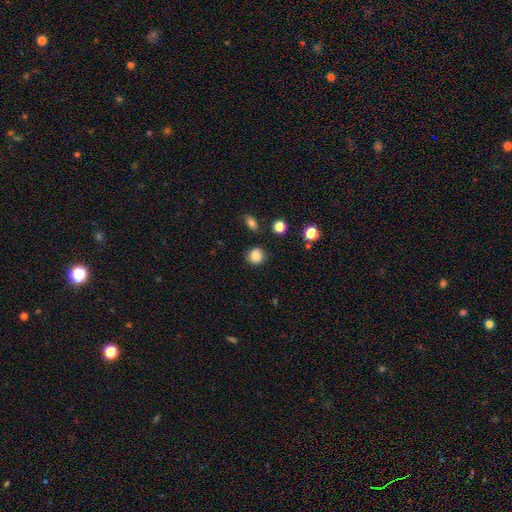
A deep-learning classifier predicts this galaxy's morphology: Overall: smooth (83%). How rounded: round (83%). Merging: none (78%).